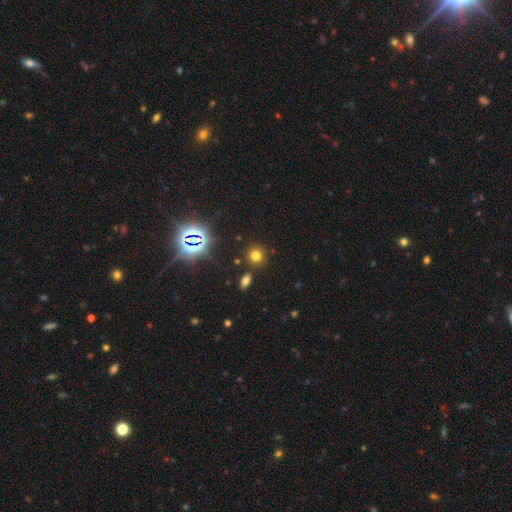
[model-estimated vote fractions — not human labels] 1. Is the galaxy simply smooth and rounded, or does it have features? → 66% smooth, 27% star or artifact, 7% featured or disk.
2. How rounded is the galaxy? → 84% round, 14% in between, 2% cigar-shaped.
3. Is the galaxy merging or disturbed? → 82% none, 8% minor disturbance, 7% merger, 3% major disturbance.